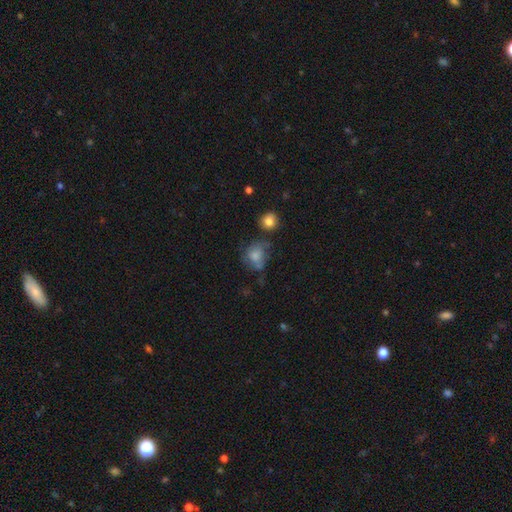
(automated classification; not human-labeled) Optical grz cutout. It shows a smooth galaxy with no disk features (70%) that is round (62%). Merging: none (42%).